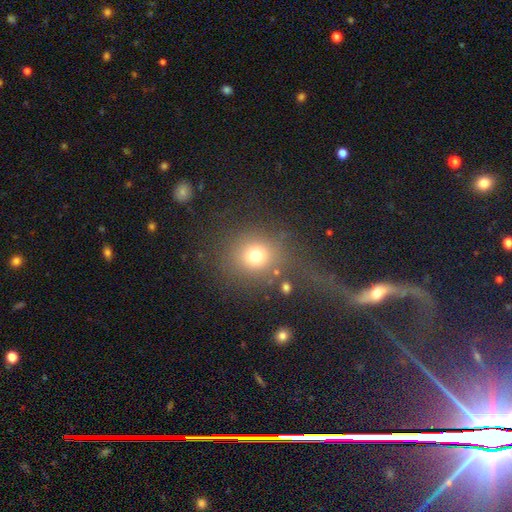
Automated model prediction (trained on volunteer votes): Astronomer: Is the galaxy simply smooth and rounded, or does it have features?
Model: smooth — 73%.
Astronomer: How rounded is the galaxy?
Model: round — 86%.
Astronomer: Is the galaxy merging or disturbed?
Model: none — 67%.